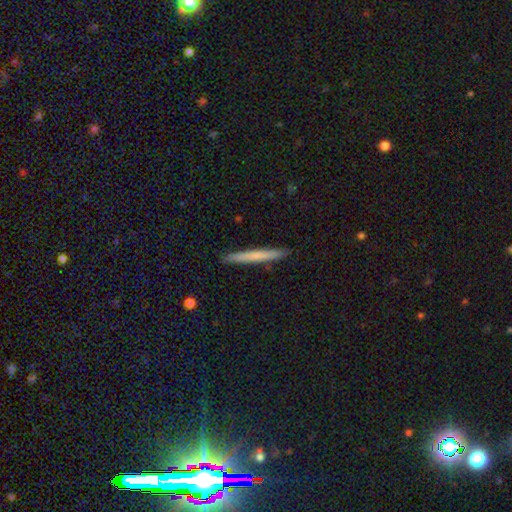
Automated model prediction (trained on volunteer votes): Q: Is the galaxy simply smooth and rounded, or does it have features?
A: smooth — 66%.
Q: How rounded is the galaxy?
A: cigar-shaped — 97%.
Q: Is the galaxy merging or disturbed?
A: none — 92%.